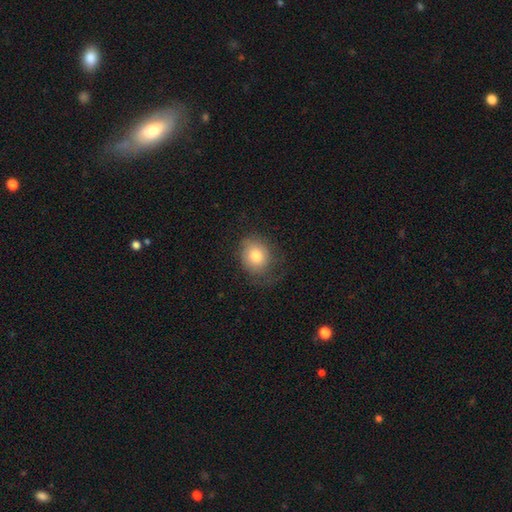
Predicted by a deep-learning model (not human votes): A smooth galaxy with no disk features (77%) that is round (64%). Merging: none (61%).